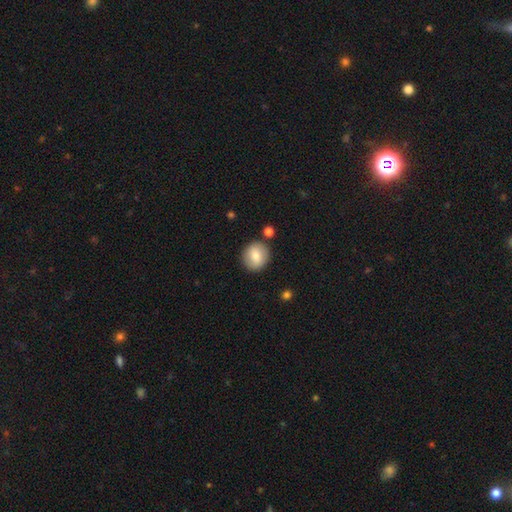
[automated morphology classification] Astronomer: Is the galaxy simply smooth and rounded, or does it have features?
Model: smooth — 76%.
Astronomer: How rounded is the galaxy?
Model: round — 86%.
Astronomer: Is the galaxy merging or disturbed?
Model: none — 85%.